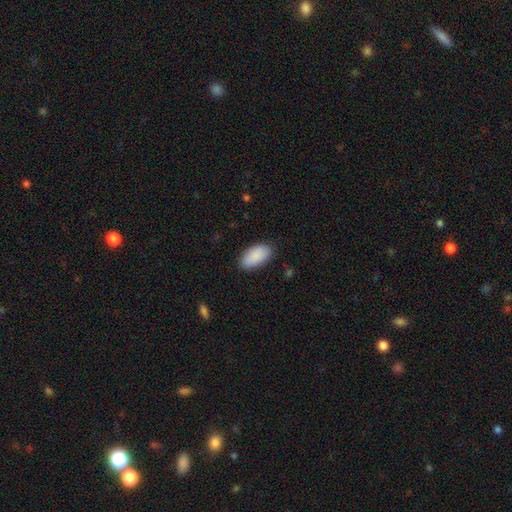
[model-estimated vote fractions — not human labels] This is clearly a smooth galaxy (90%). How rounded: clearly in between (95%). Merging: clearly none (85%).